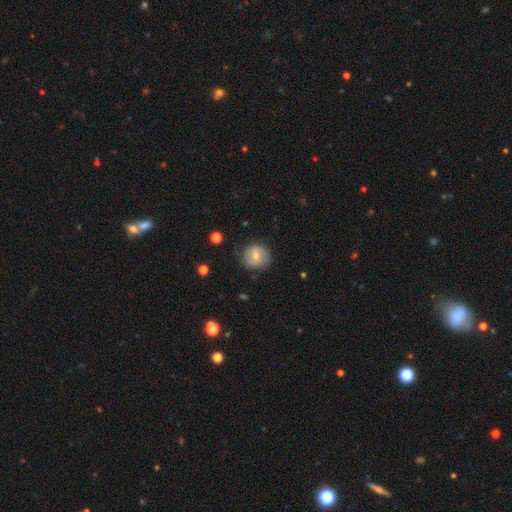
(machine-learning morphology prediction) Smooth or featured: smooth — 55% (featured or disk — 37%)
How rounded: round — 86% (in between — 13%)
Merging: none — 79% (minor disturbance — 15%)